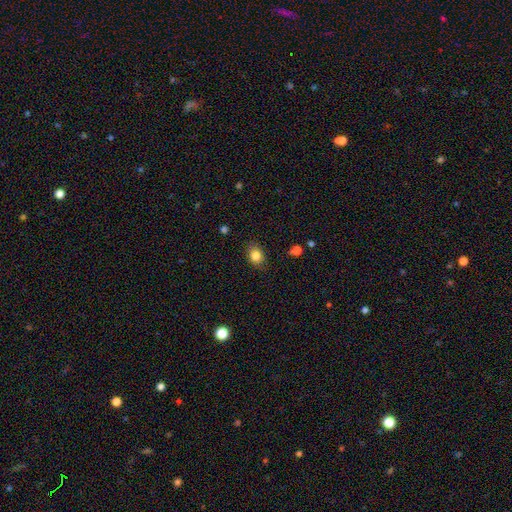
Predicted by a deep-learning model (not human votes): The model was most divided on "how rounded": in between: 57%, round: 41%, cigar-shaped: 1%. More confident: smooth or featured — smooth (84%); merging — none (80%).